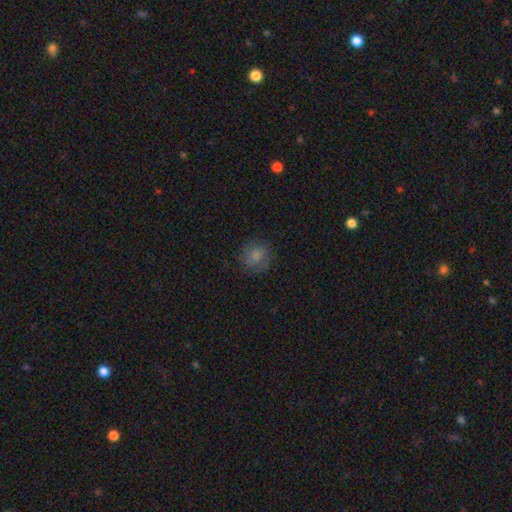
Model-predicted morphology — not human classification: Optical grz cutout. It shows a smooth galaxy with no disk features (73%) that is round (89%). Merging: none (80%).